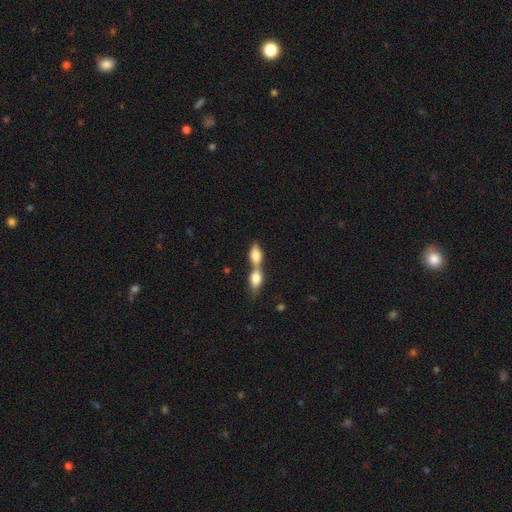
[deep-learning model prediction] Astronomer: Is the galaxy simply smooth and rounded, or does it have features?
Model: smooth — 71%.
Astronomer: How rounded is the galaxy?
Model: in between — 75%.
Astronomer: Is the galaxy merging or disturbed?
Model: merger — 76%.